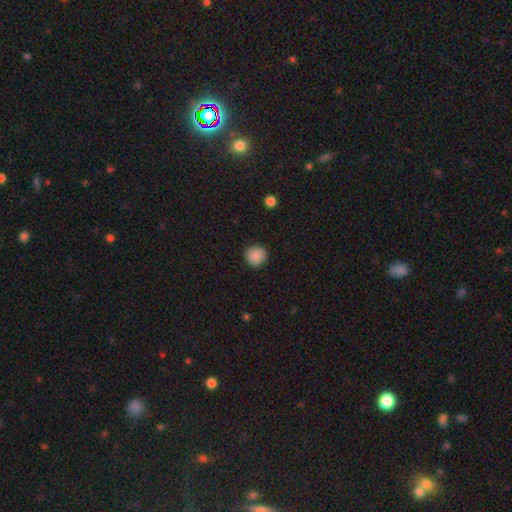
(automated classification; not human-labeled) smooth_or_featured: smooth (p=0.88) [alt: star or artifact p=0.09]
how_rounded: round (p=0.92) [alt: in between p=0.07]
merging: none (p=0.90) [alt: minor disturbance p=0.07]